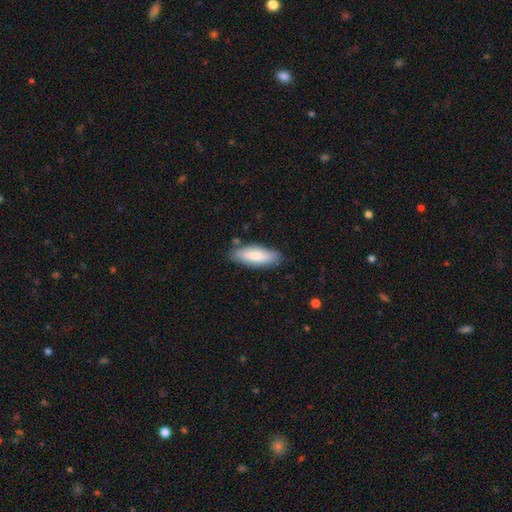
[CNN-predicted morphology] type=smooth (80%); roundness=in between (67%); merging=none (81%).